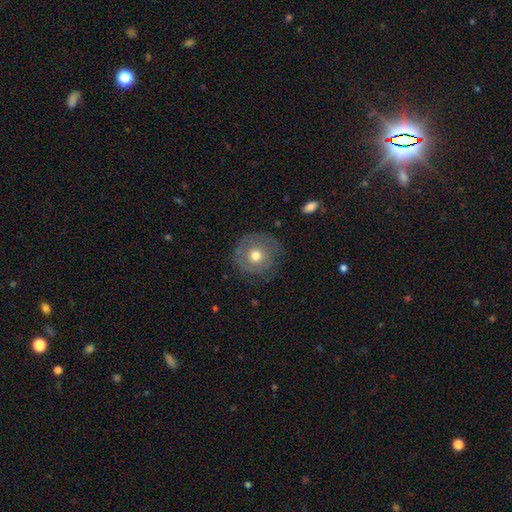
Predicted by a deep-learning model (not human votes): smooth-or-featured: smooth: 58% | featured or disk: 33% | star or artifact: 9%
  how-rounded: round: 93% | in between: 6% | cigar-shaped: 1%
  merging: none: 74% | minor disturbance: 17% | major disturbance: 7% | merger: 1%